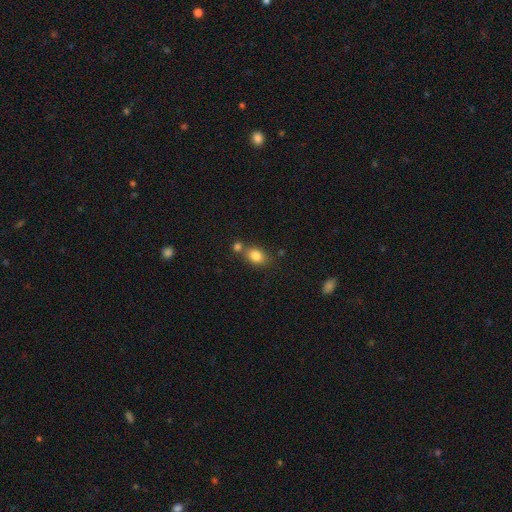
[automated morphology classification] The model was most divided on "merging": none: 57%, merger: 27%, minor disturbance: 12%, major disturbance: 3%. More confident: smooth or featured — smooth (82%); how rounded — in between (65%).